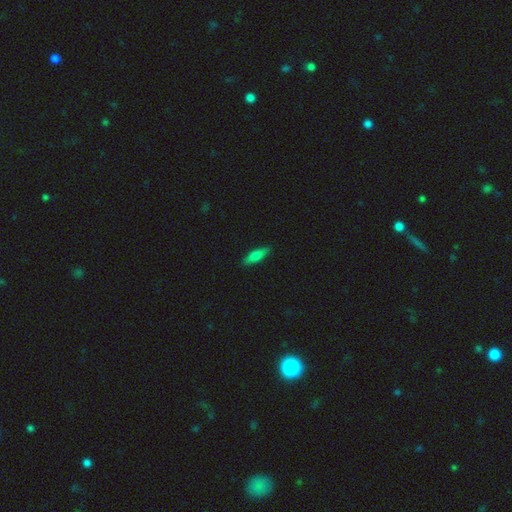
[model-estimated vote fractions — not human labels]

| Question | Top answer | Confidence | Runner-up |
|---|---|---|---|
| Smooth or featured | smooth | 76% | featured or disk (17%) |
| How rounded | in between | 49% | cigar-shaped (48%) |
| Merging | none | 87% | minor disturbance (10%) |